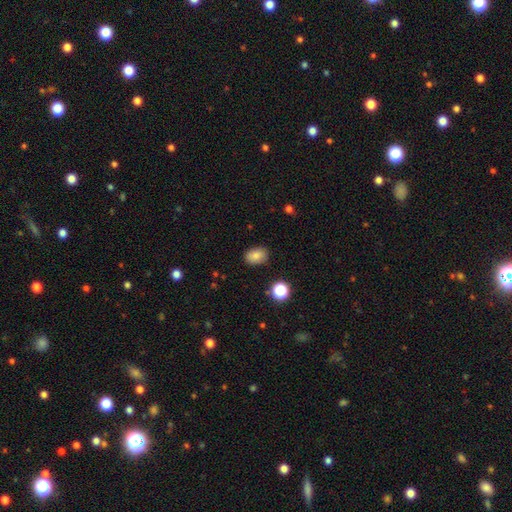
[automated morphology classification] smooth-or-featured: smooth: 82% | star or artifact: 11% | featured or disk: 7%
  how-rounded: in between: 77% | round: 22% | cigar-shaped: 1%
  merging: none: 84% | minor disturbance: 12% | major disturbance: 3% | merger: 2%